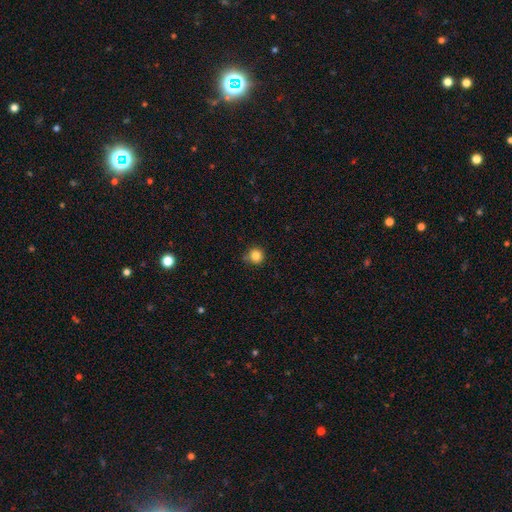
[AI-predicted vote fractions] Morphology: type=smooth (84%); roundness=round (93%); merging=none (80%).